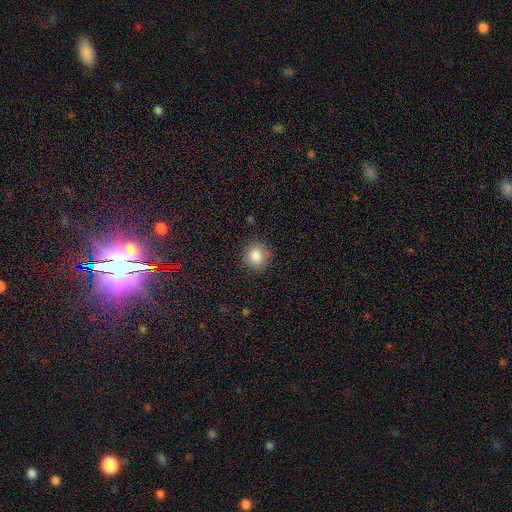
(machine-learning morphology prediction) Smooth or featured? Predicted: smooth (p=0.85). How rounded? Predicted: round (p=0.89). Merging? Predicted: none (p=0.85).